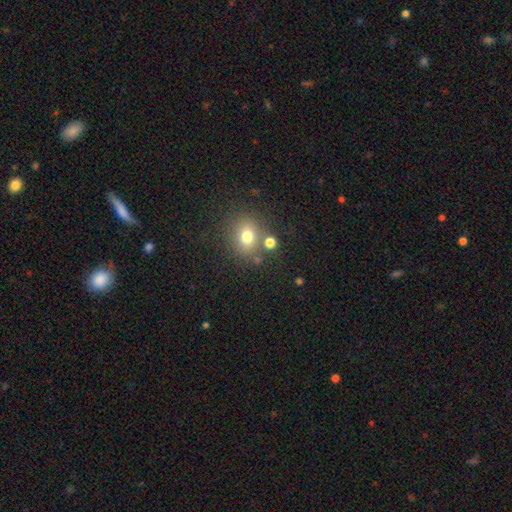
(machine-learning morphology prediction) A smooth galaxy with no disk features (62%) that is round (72%).

Vote fractions:
- Smooth or featured? smooth: 62% / star or artifact: 26% / featured or disk: 13%
- How rounded? round: 72% / in between: 26% / cigar-shaped: 2%
- Merging? none: 73% / merger: 14% / minor disturbance: 10% / major disturbance: 3%